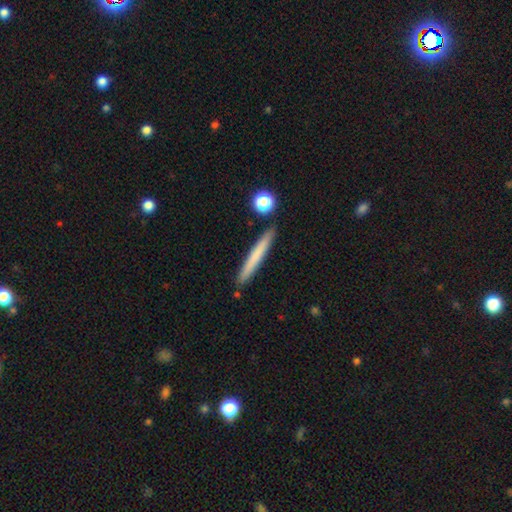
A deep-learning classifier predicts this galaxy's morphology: The model was most divided on "smooth or featured": smooth: 68%, featured or disk: 26%, star or artifact: 6%. More confident: how rounded — cigar-shaped (96%); merging — none (89%).